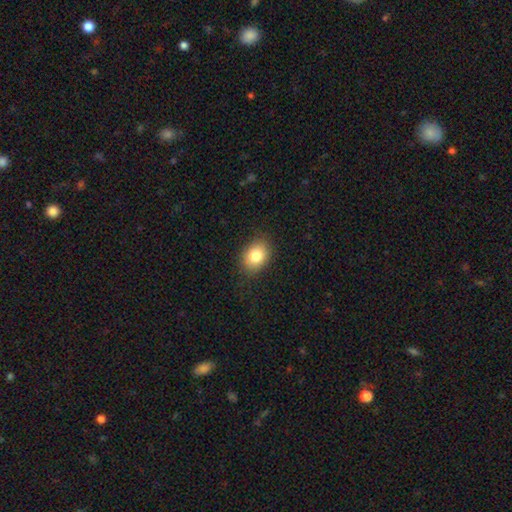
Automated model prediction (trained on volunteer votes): smooth 82%, star or artifact 9%, featured or disk 9%. Down the decision tree: how rounded — in between (66%); merging — none (86%).